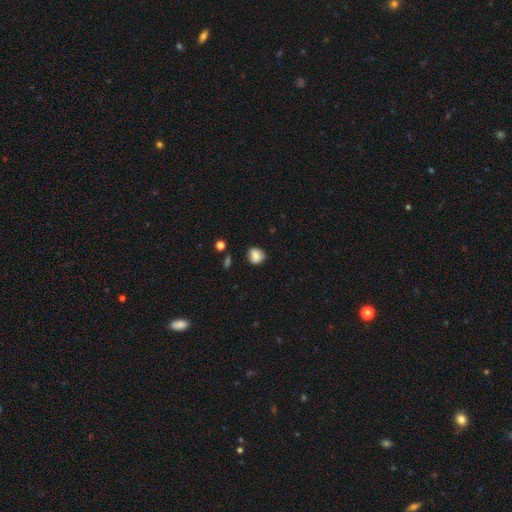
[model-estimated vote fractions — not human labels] Smooth or featured? Predicted: smooth (p=0.81). How rounded? Predicted: round (p=0.74). Merging? Predicted: none (p=0.82).